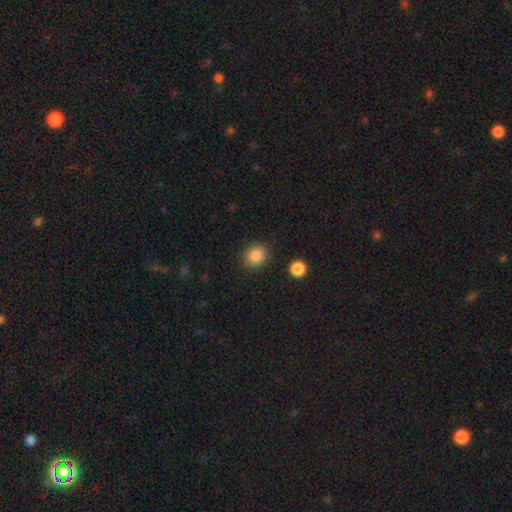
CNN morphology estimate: Smooth or featured? Predicted: smooth (p=0.85). How rounded? Predicted: round (p=0.71). Merging? Predicted: none (p=0.86).